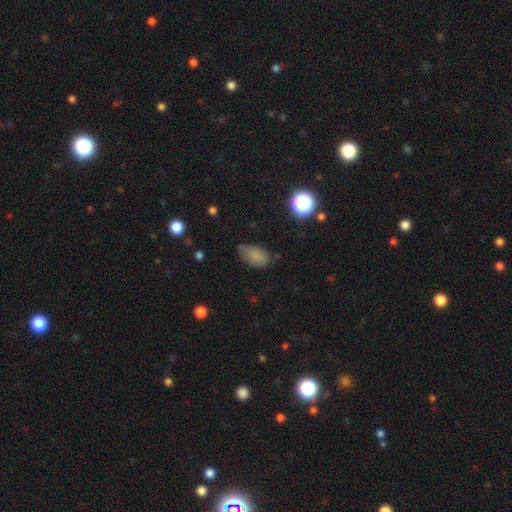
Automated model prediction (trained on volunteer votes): Smooth or featured: smooth — 81% (star or artifact — 11%)
How rounded: in between — 91% (round — 6%)
Merging: none — 62% (minor disturbance — 30%)